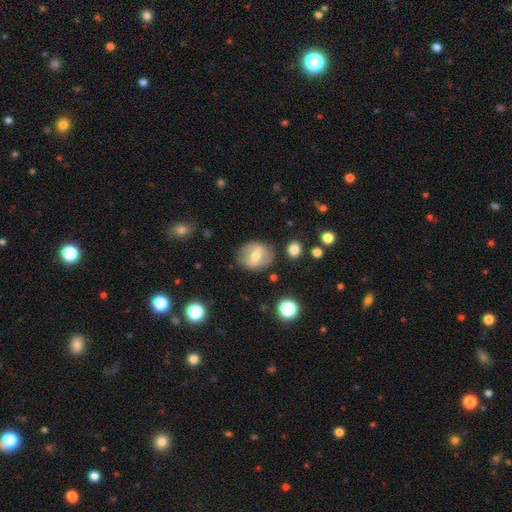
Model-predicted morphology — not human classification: A featured or disk galaxy (50%). Merging: none (80%).